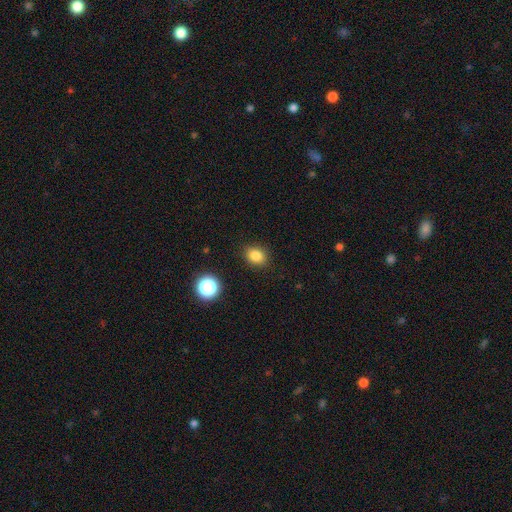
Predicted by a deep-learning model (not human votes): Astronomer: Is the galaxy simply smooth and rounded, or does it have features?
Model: smooth — 83%.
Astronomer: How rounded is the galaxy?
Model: in between — 52% (runner-up: round, 47%).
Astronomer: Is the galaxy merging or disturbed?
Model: none — 87%.